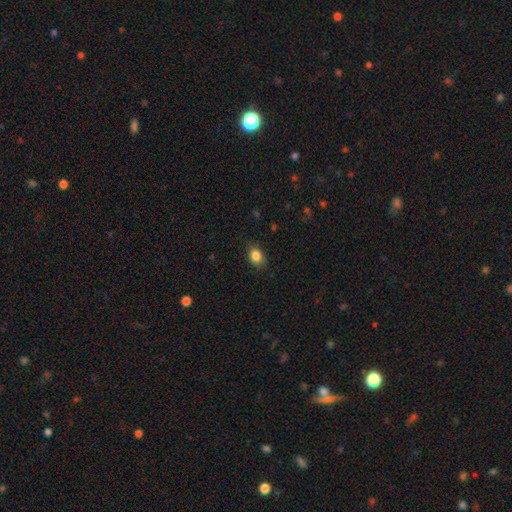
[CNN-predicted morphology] Smooth or featured: smooth — 85% (star or artifact — 9%)
How rounded: in between — 63% (round — 35%)
Merging: none — 81% (minor disturbance — 15%)